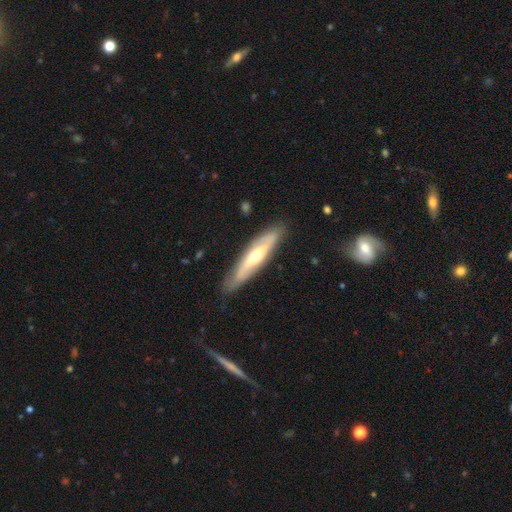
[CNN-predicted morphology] featured or disk 65%, smooth 30%, star or artifact 5%. Down the decision tree: edge-on disk — yes (55%); merging — none (81%).